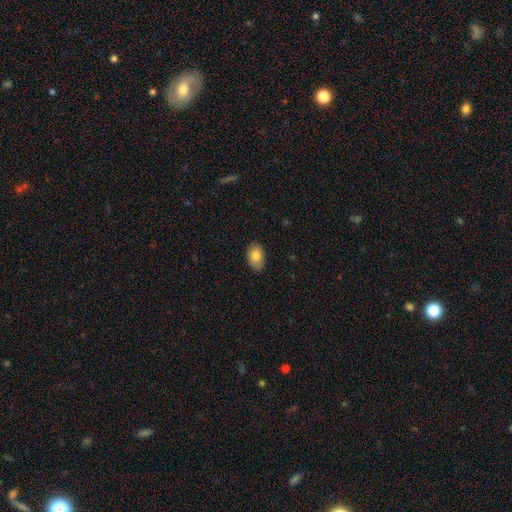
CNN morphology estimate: Smooth or featured?
  - smooth: 81% *
  - featured or disk: 12%
  - star or artifact: 7%
How rounded?
  - in between: 86% *
  - round: 13%
  - cigar-shaped: 1%
Merging?
  - none: 85% *
  - minor disturbance: 12%
  - major disturbance: 2%
  - merger: 1%